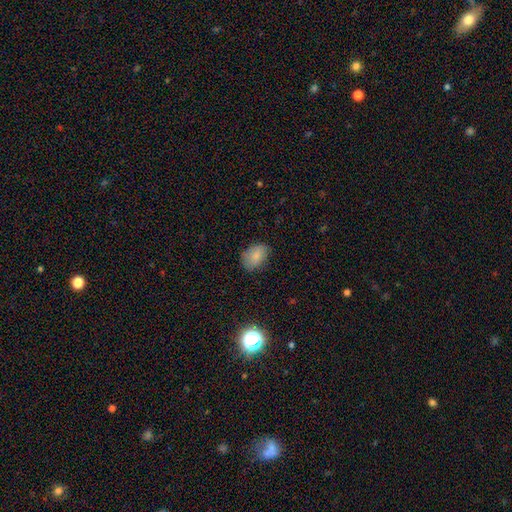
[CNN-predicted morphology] smooth_or_featured: smooth (p=0.83) [alt: star or artifact p=0.09]
how_rounded: in between (p=0.82) [alt: round p=0.17]
merging: none (p=0.77) [alt: minor disturbance p=0.18]